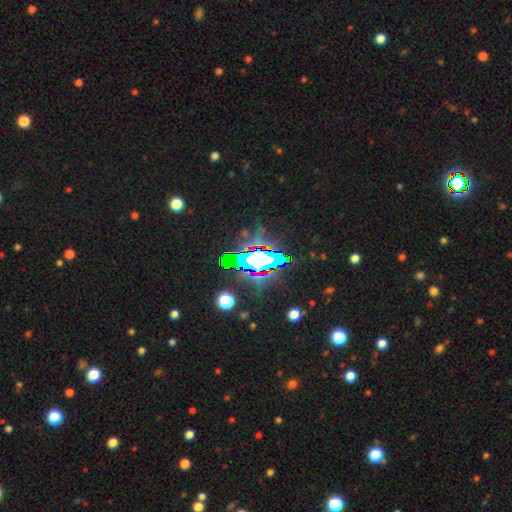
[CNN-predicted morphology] Smooth or featured: star or artifact — 78% (smooth — 11%)